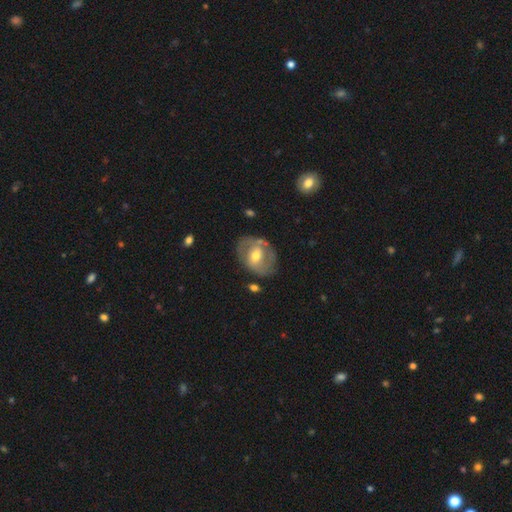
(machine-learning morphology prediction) Smooth or featured? Predicted: featured or disk (p=0.60). Edge-on disk? Predicted: no (p=0.95). Bar? Predicted: no (p=0.43). Spiral arms? Predicted: no (p=0.52). Bulge size? Predicted: moderate (p=0.71). Merging? Predicted: none (p=0.67).